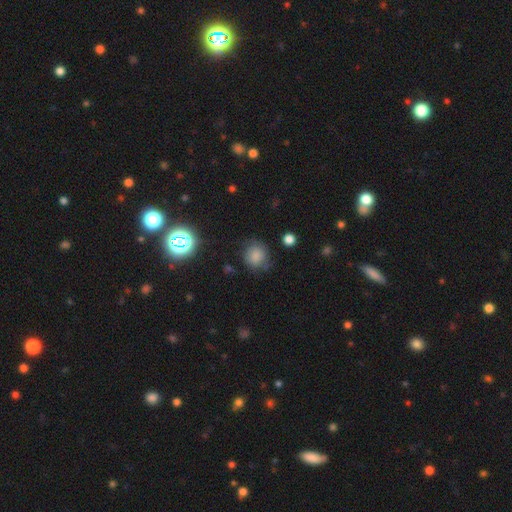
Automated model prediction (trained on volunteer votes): Smooth or featured? Predicted: smooth (p=0.76). How rounded? Predicted: round (p=0.81). Merging? Predicted: none (p=0.72).